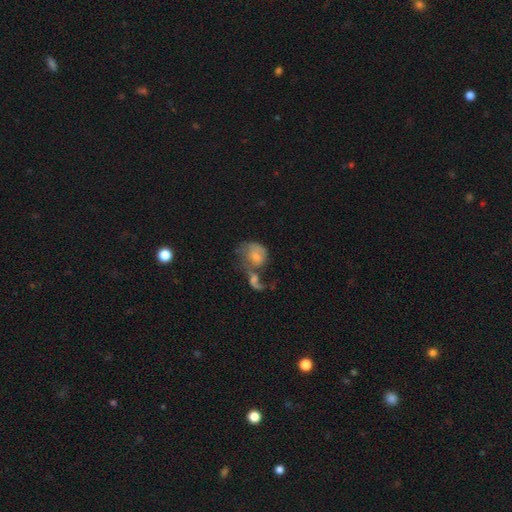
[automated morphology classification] Smooth or featured: smooth — 50% (featured or disk — 42%)
How rounded: in between — 51% (round — 47%)
Merging: merger — 56% (major disturbance — 22%)